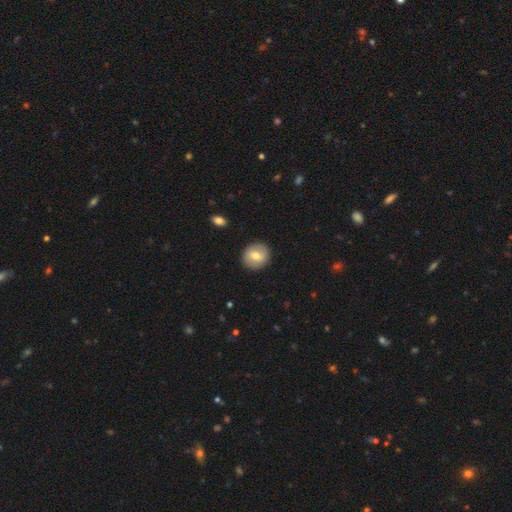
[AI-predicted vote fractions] smooth 67%, featured or disk 26%, star or artifact 7%. Down the decision tree: how rounded — round (83%); merging — none (90%).